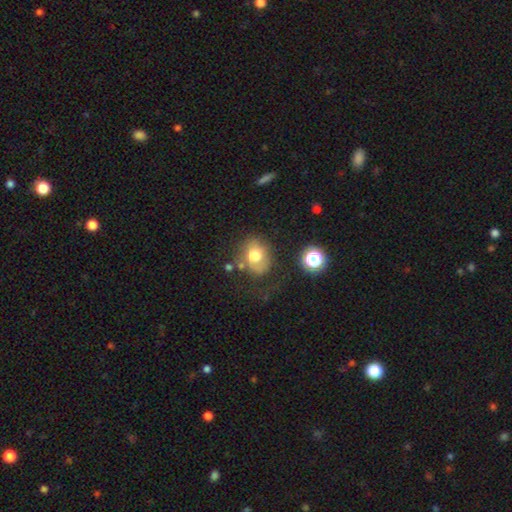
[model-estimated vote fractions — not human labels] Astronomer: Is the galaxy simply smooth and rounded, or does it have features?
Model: smooth — 66%.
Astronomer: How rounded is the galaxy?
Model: round — 54% (runner-up: in between, 45%).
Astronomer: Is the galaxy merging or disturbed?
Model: none — 53%.